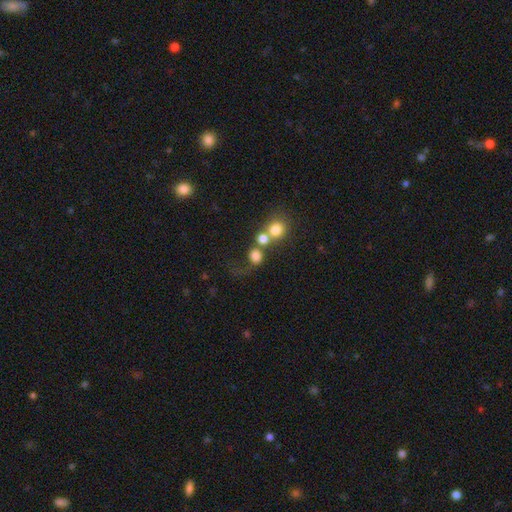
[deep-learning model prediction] Smooth or featured? Predicted: smooth (p=0.72). How rounded? Predicted: round (p=0.76). Merging? Predicted: merger (p=0.43).